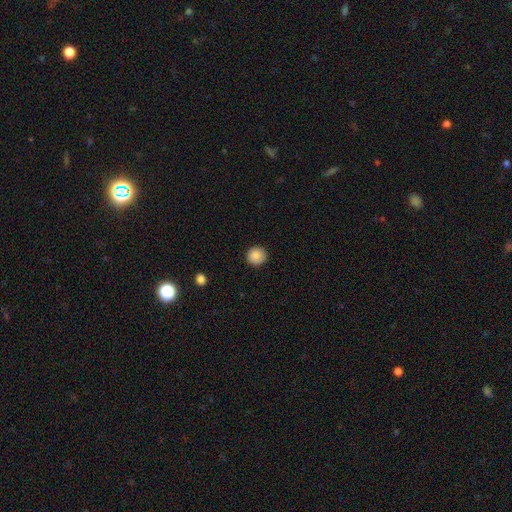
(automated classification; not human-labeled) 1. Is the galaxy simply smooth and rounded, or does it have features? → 86% smooth, 8% star or artifact, 5% featured or disk.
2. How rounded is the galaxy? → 94% round, 5% in between, 1% cigar-shaped.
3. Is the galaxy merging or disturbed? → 89% none, 8% minor disturbance, 2% major disturbance, 1% merger.